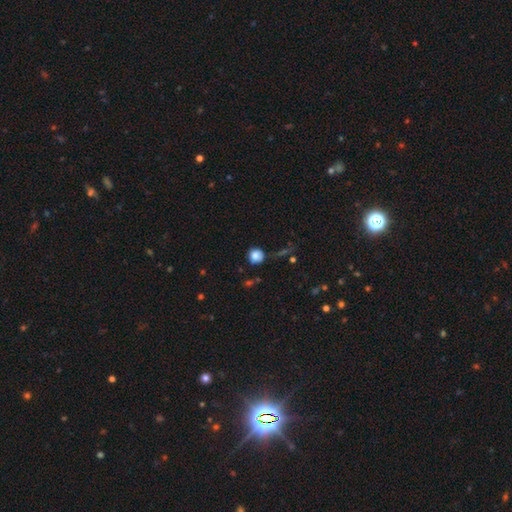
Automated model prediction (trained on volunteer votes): smooth 82%, star or artifact 11%, featured or disk 7%. Down the decision tree: how rounded — round (88%); merging — none (71%).